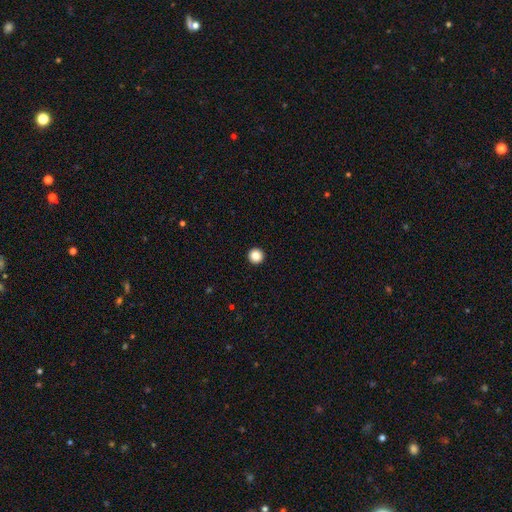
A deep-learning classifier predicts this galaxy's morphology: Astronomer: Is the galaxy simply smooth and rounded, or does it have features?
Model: smooth — 86%.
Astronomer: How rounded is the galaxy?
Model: round — 96%.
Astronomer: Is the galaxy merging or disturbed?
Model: none — 94%.